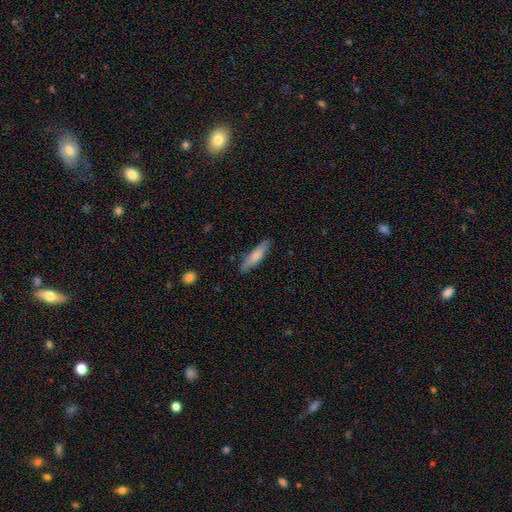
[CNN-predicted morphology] Overall: smooth (76%). How rounded: cigar-shaped (73%). Merging: none (85%).